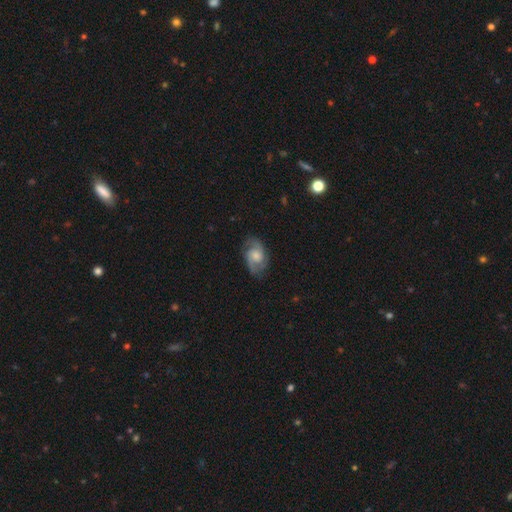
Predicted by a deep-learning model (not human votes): Smooth or featured?
  - featured or disk: 70% *
  - smooth: 23%
  - star or artifact: 7%
Edge-on disk?
  - no: 97% *
  - yes: 3%
Bar?
  - no: 63% *
  - weak: 32%
  - strong: 5%
Spiral arms?
  - yes: 93% *
  - no: 7%
Spiral winding?
  - medium: 50% *
  - tight: 29%
  - loose: 21%
Spiral arm count?
  - 2: 74% *
  - can't tell: 11%
  - 3: 9%
  - 1: 3%
  - 4: 2%
  - more than 4: 2%
Bulge size?
  - moderate: 41% *
  - small: 23%
  - large: 21%
  - none: 13%
  - dominant: 2%
Merging?
  - none: 73% *
  - minor disturbance: 18%
  - major disturbance: 7%
  - merger: 1%